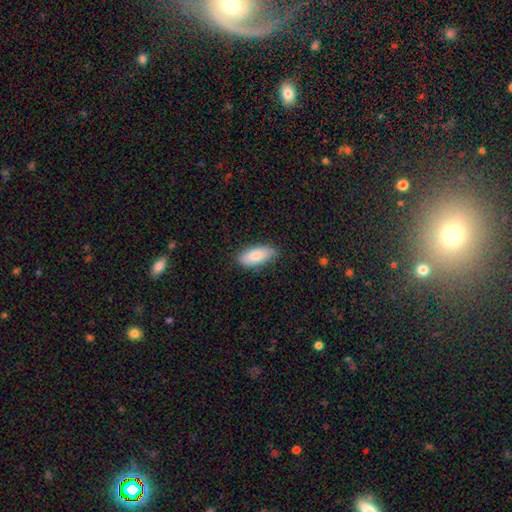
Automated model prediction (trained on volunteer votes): smooth_or_featured: smooth (p=0.83) [alt: featured or disk p=0.11]
how_rounded: in between (p=0.87) [alt: cigar-shaped p=0.11]
merging: none (p=0.81) [alt: minor disturbance p=0.15]